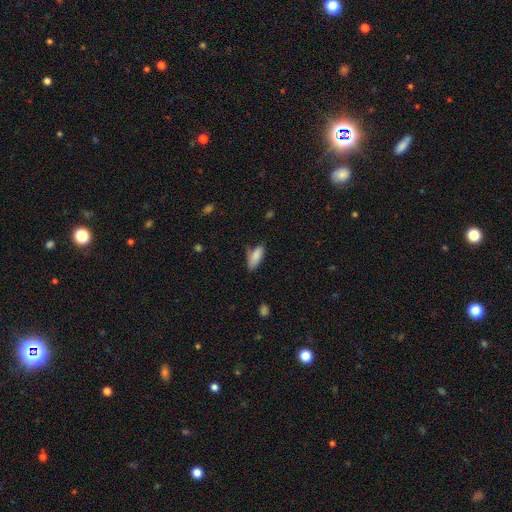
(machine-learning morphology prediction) This appears to be a smooth galaxy with no disk features (85%) that is in between round and cigar-shaped (81%). Merging: none (60%).